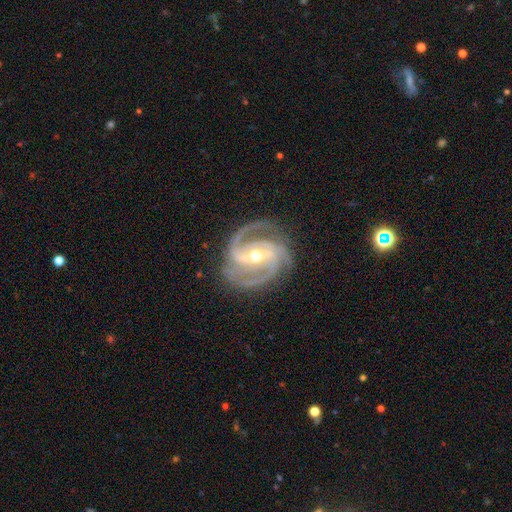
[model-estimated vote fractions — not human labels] Smooth or featured: featured or disk — 94% (star or artifact — 4%)
Edge-on disk: no — 98% (yes — 2%)
Bar: strong — 50% (weak — 35%)
Spiral arms: yes — 99% (no — 1%)
Spiral winding: medium — 49% (tight — 45%)
Spiral arm count: 3 — 59% (2 — 19%)
Bulge size: moderate — 55% (small — 42%)
Merging: none — 79% (minor disturbance — 14%)